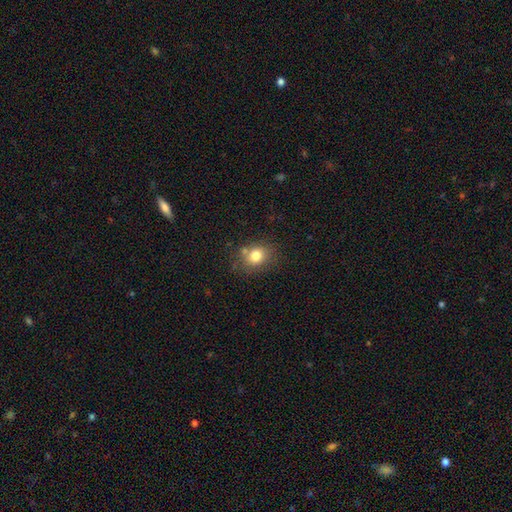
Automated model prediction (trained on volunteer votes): This appears to be a smooth galaxy with no disk features (79%) that is round (60%). Merging: none (70%).